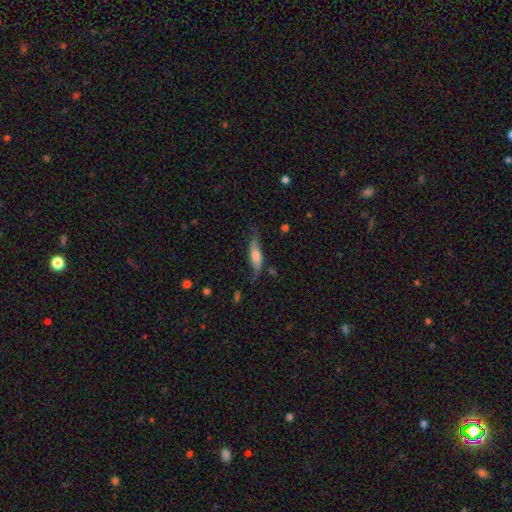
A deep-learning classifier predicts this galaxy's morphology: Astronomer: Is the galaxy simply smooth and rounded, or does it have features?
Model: smooth — 57% (runner-up: featured or disk, 37%).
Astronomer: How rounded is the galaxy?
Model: cigar-shaped — 52% (runner-up: in between, 45%).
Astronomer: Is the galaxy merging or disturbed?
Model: none — 59%.